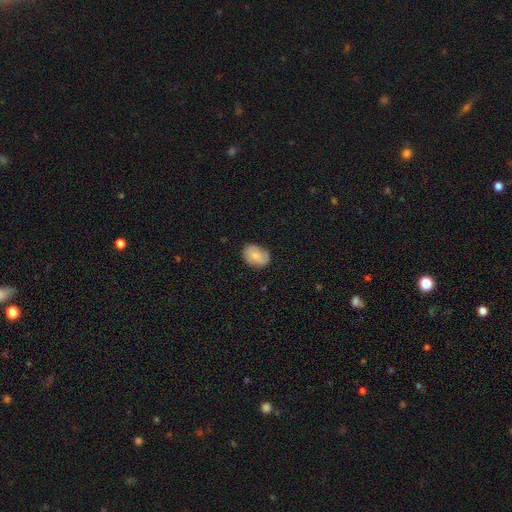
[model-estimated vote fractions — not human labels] This appears to be a smooth galaxy with no disk features (71%) that is in between round and cigar-shaped (73%). Merging: none (71%).